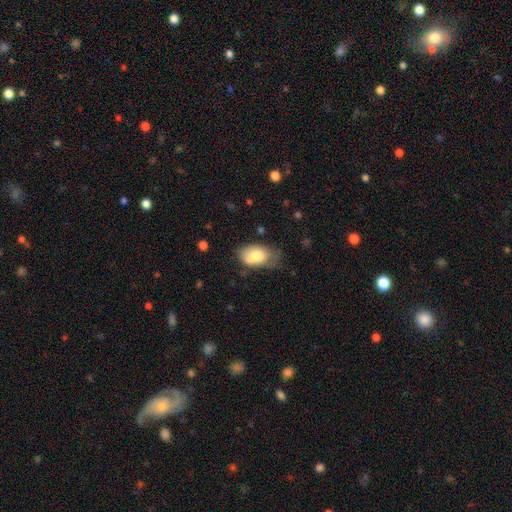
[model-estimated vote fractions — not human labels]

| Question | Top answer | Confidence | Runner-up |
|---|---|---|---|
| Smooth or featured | smooth | 75% | featured or disk (18%) |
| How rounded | in between | 90% | round (8%) |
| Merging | none | 48% | minor disturbance (36%) |